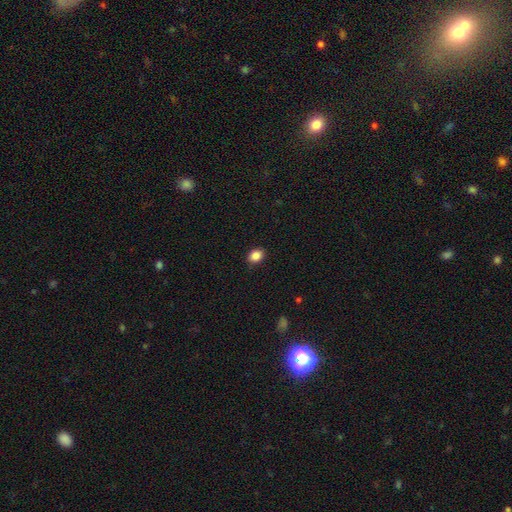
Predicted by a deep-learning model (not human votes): Smooth or featured?
  - smooth: 87% *
  - star or artifact: 9%
  - featured or disk: 4%
How rounded?
  - in between: 67% *
  - round: 32%
  - cigar-shaped: 1%
Merging?
  - none: 89% *
  - minor disturbance: 8%
  - major disturbance: 2%
  - merger: 1%